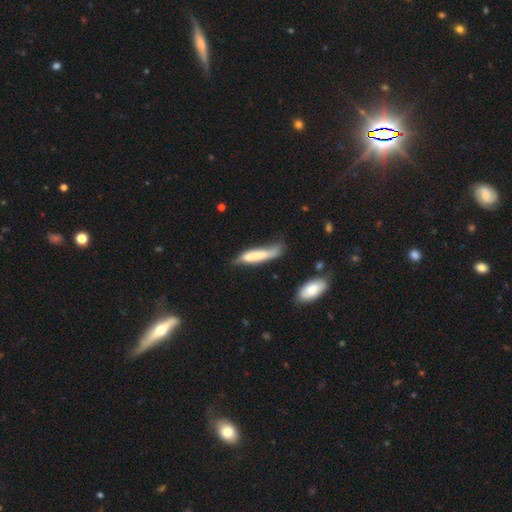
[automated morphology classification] Smooth or featured? smooth (69%)
How rounded? cigar-shaped (82%)
Merging? none (41%)